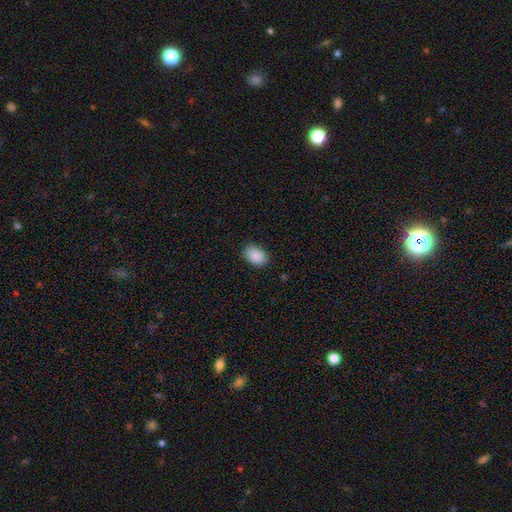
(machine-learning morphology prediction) Smooth or featured?
  - smooth: 90% *
  - star or artifact: 7%
  - featured or disk: 3%
How rounded?
  - in between: 79% *
  - round: 20%
  - cigar-shaped: 1%
Merging?
  - none: 84% *
  - minor disturbance: 12%
  - major disturbance: 3%
  - merger: 1%